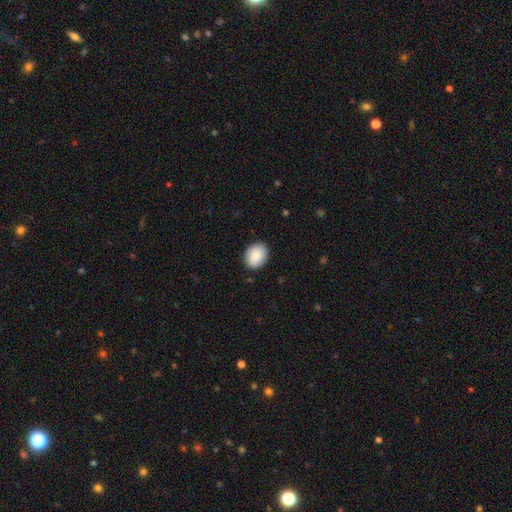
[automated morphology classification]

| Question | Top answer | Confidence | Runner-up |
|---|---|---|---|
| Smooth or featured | smooth | 87% | featured or disk (7%) |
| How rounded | in between | 57% | round (42%) |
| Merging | none | 88% | minor disturbance (9%) |